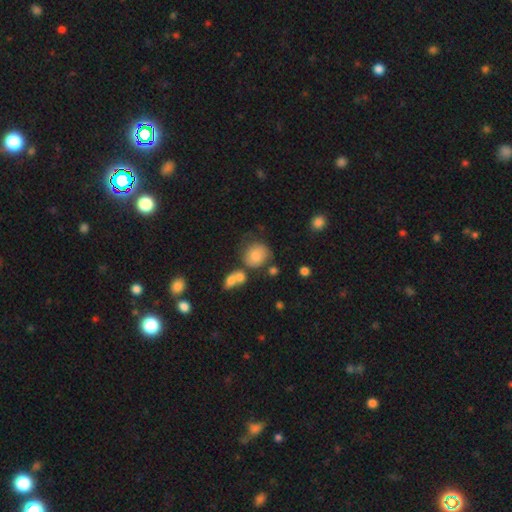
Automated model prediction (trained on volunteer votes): Smooth or featured? Predicted: smooth (p=0.76). How rounded? Predicted: round (p=0.72). Merging? Predicted: none (p=0.50).